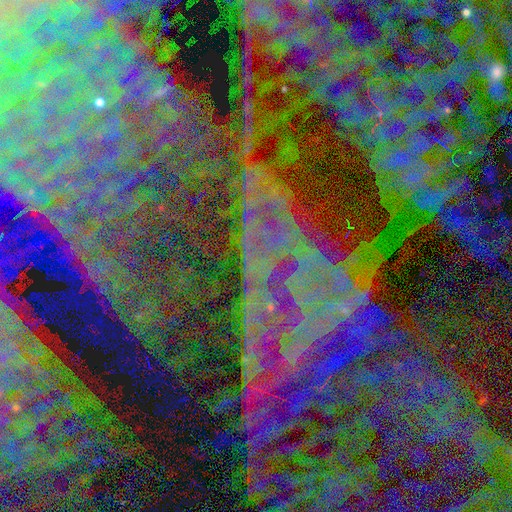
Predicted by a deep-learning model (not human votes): Smooth or featured? star or artifact (86%)